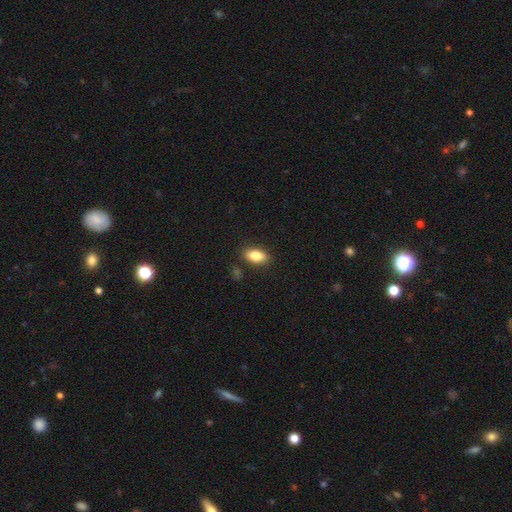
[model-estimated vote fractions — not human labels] Smooth or featured? smooth (83%)
How rounded? in between (88%)
Merging? none (87%)